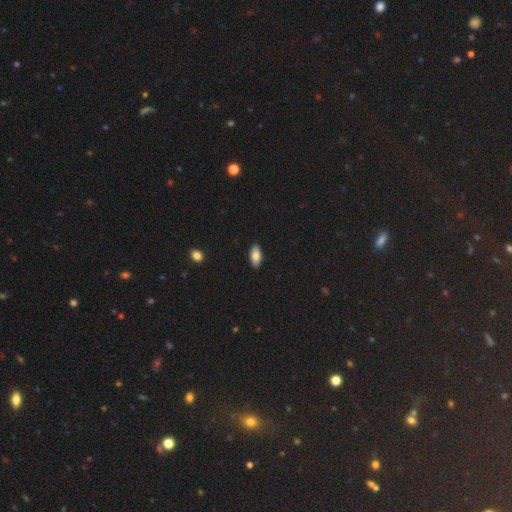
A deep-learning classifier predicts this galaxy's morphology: Overall: smooth (78%). How rounded: in between (86%). Merging: none (90%).